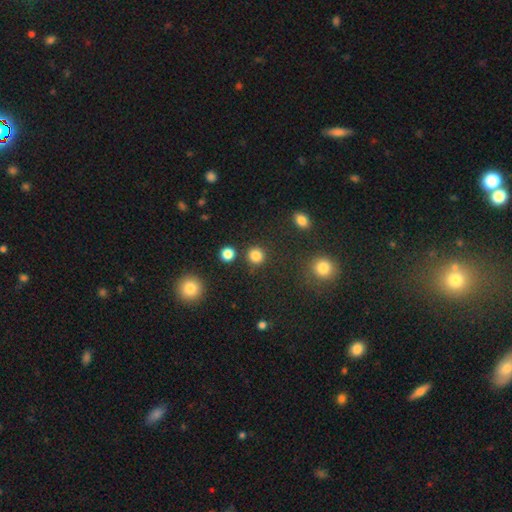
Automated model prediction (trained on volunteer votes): A smooth galaxy with no disk features (84%) that is round (91%). Merging: none (88%).